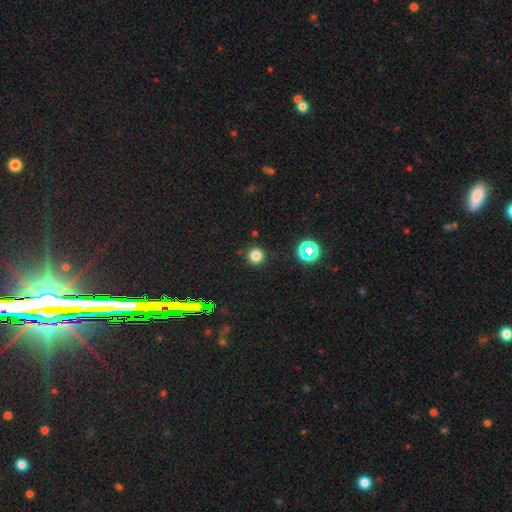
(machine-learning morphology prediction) smooth-or-featured: smooth: 77% | star or artifact: 18% | featured or disk: 5%
  how-rounded: round: 95% | in between: 4% | cigar-shaped: 1%
  merging: none: 90% | minor disturbance: 6% | major disturbance: 2% | merger: 2%